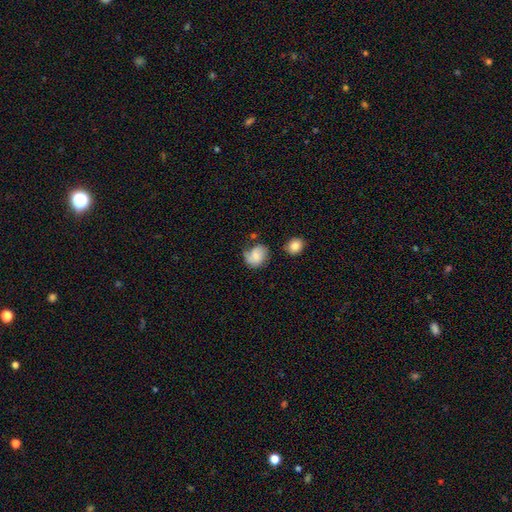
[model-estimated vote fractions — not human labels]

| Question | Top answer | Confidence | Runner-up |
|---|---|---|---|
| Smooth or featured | smooth | 59% | featured or disk (32%) |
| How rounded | round | 55% | in between (44%) |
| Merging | none | 48% | minor disturbance (31%) |